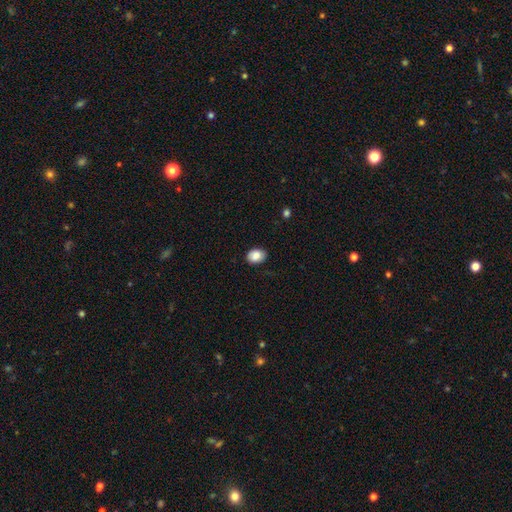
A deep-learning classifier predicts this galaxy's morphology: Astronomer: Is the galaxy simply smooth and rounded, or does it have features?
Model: smooth — 87%.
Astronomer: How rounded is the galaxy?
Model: in between — 67%.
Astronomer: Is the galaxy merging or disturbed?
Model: none — 86%.